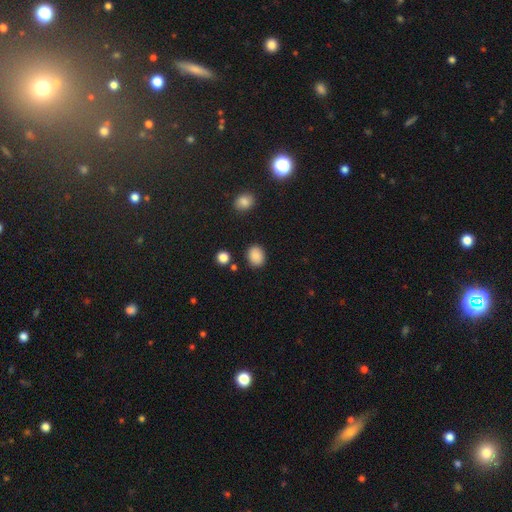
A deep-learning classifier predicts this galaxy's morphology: smooth_or_featured: smooth (p=0.88) [alt: star or artifact p=0.09]
how_rounded: in between (p=0.52) [alt: round p=0.47]
merging: none (p=0.85) [alt: minor disturbance p=0.09]